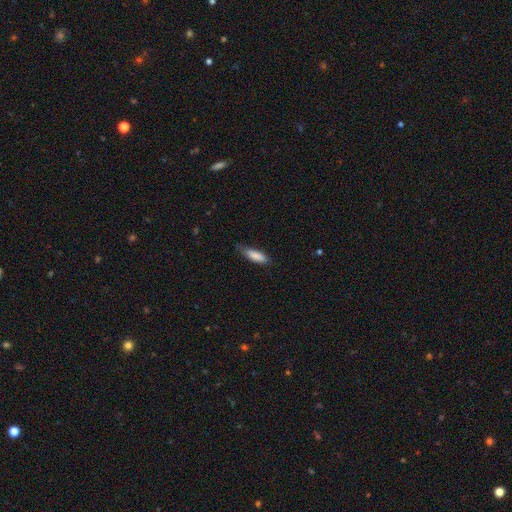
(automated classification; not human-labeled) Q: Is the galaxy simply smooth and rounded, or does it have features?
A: smooth — 86%.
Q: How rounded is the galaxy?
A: cigar-shaped — 50%.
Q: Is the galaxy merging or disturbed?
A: none — 68%.